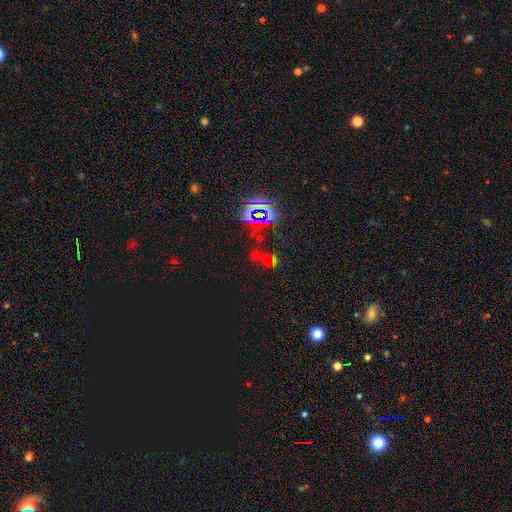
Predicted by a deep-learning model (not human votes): Smooth or featured? Predicted: star or artifact (p=0.61).